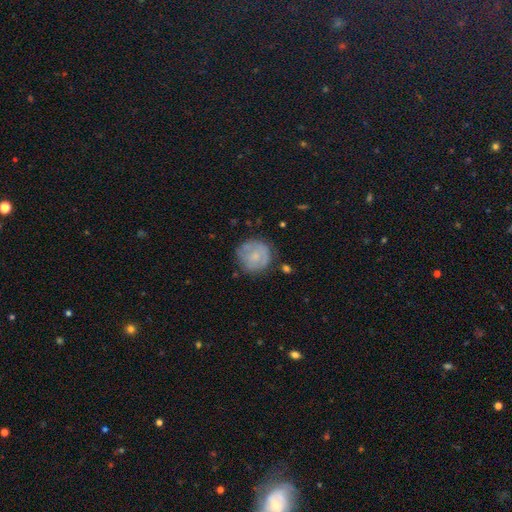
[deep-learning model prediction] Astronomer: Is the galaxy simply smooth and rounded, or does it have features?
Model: smooth — 51% (runner-up: featured or disk, 42%).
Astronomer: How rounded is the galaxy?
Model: round — 90%.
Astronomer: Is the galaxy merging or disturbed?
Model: none — 69%.